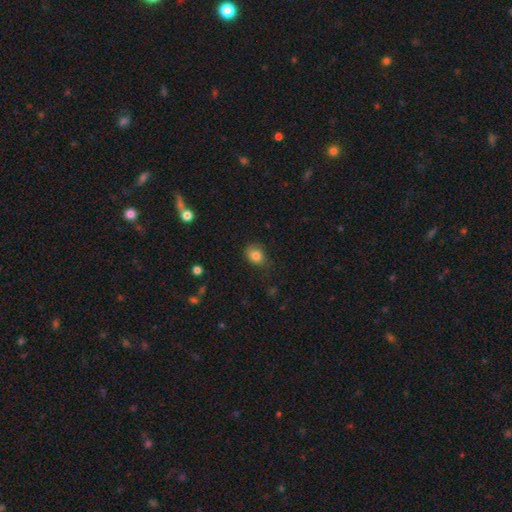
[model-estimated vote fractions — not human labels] The model was most divided on "how rounded": in between: 58%, round: 41%, cigar-shaped: 1%. More confident: smooth or featured — smooth (82%); merging — none (68%).